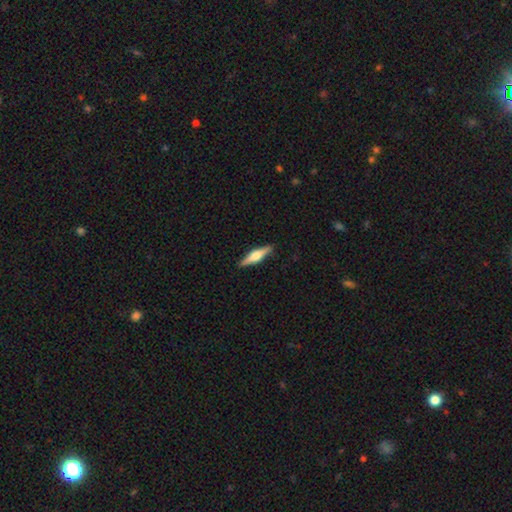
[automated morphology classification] A featured or disk galaxy (64%) viewed edge-on (97%) with a rounded central bulge (89%).

Vote fractions:
- Smooth or featured? featured or disk: 64% / smooth: 31% / star or artifact: 5%
- Edge-on disk? yes: 97% / no: 3%
- Edge-on bulge? rounded: 89% / boxy: 8% / none: 3%
- Merging? none: 90% / minor disturbance: 7% / major disturbance: 2% / merger: 1%